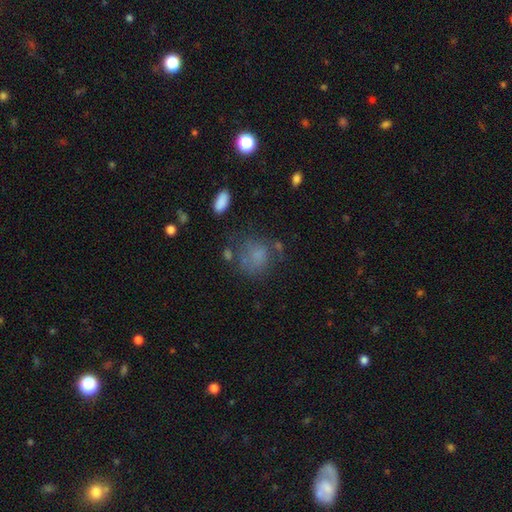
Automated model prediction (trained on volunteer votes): The model was most divided on "merging": none: 52%, minor disturbance: 22%, major disturbance: 18%, merger: 8%. More confident: how rounded — round (71%); smooth or featured — smooth (65%).